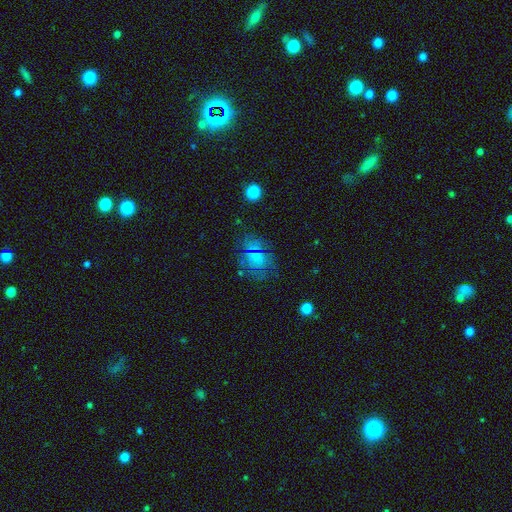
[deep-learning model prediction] The model was most divided on "how rounded": in between: 57%, round: 41%, cigar-shaped: 2%. More confident: merging — none (58%); smooth or featured — smooth (51%).